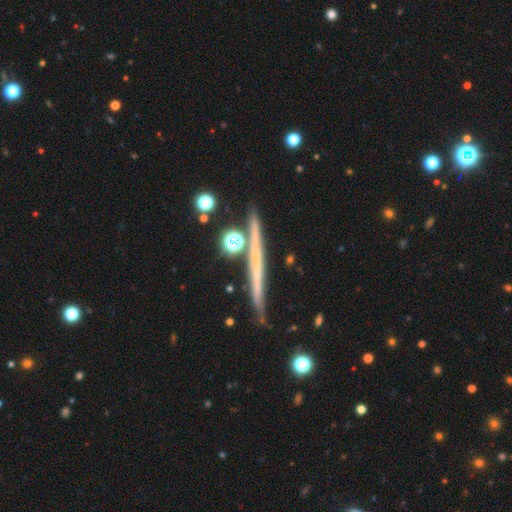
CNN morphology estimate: A featured or disk galaxy (59%) viewed edge-on (96%) with no central bulge (90%).

Vote fractions:
- Smooth or featured? featured or disk: 59% / smooth: 32% / star or artifact: 9%
- Edge-on disk? yes: 96% / no: 4%
- Edge-on bulge? none: 90% / rounded: 7% / boxy: 3%
- Merging? none: 84% / minor disturbance: 9% / merger: 4% / major disturbance: 2%